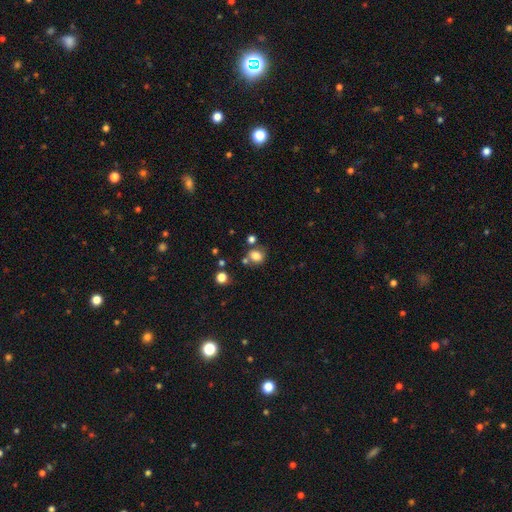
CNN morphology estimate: A smooth galaxy with no disk features (79%) that is round (63%).

Vote fractions:
- Smooth or featured? smooth: 79% / star or artifact: 13% / featured or disk: 8%
- How rounded? round: 63% / in between: 36% / cigar-shaped: 1%
- Merging? none: 63% / merger: 17% / minor disturbance: 15% / major disturbance: 6%